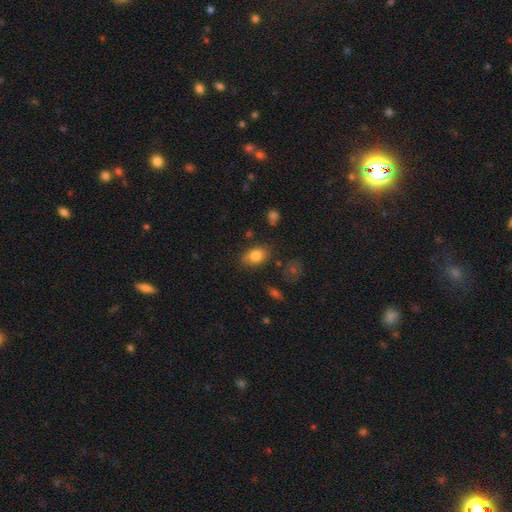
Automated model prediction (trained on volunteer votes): Smooth or featured? smooth (81%)
How rounded? in between (83%)
Merging? none (78%)